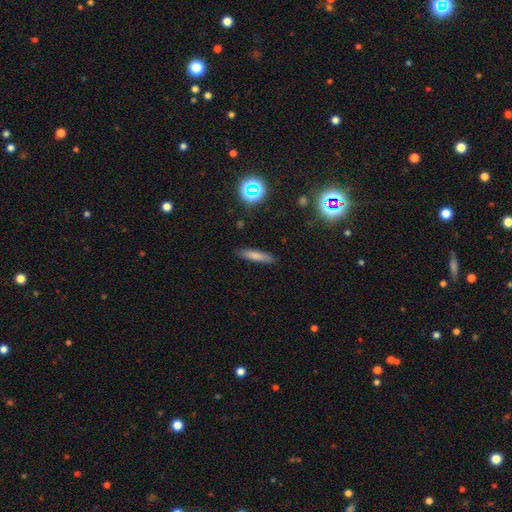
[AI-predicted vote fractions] A smooth galaxy with no disk features (74%) that is cigar-shaped (81%). Merging: none (85%).